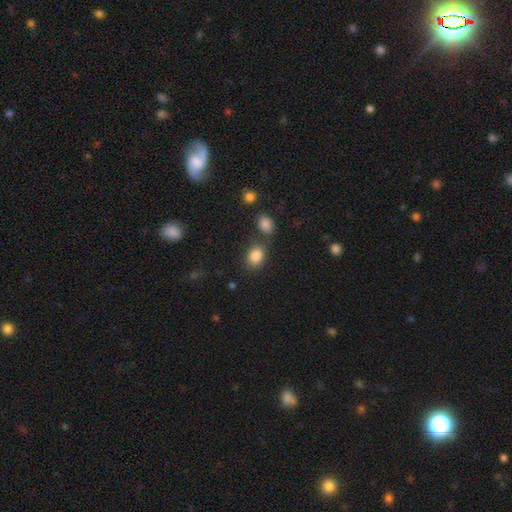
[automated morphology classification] type=smooth (84%); roundness=in between (61%); merging=none (66%).